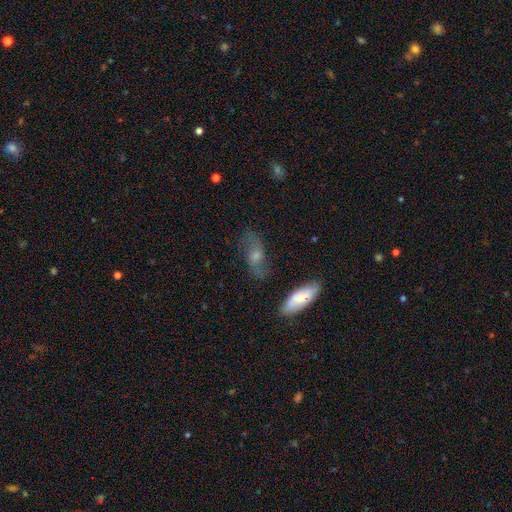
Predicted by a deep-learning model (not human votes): Smooth or featured: featured or disk — 45% (smooth — 41%)
Merging: none — 64% (minor disturbance — 21%)